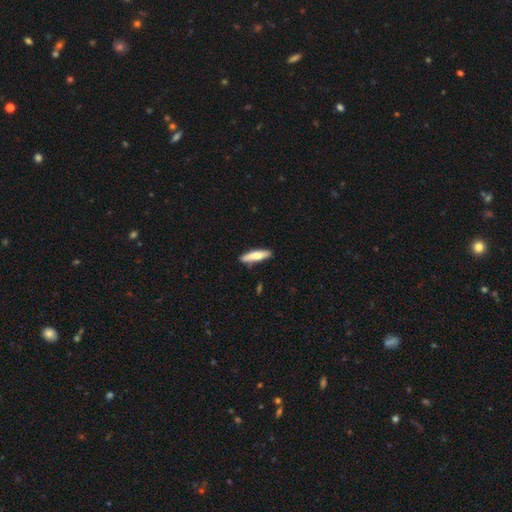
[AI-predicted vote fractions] smooth 77%, featured or disk 18%, star or artifact 5%. Down the decision tree: how rounded — cigar-shaped (77%); merging — none (85%).